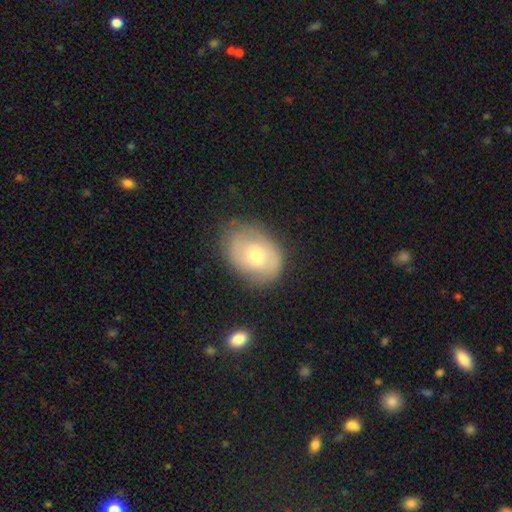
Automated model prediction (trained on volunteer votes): Morphology: type=smooth (54%); roundness=in between (72%); merging=none (71%).